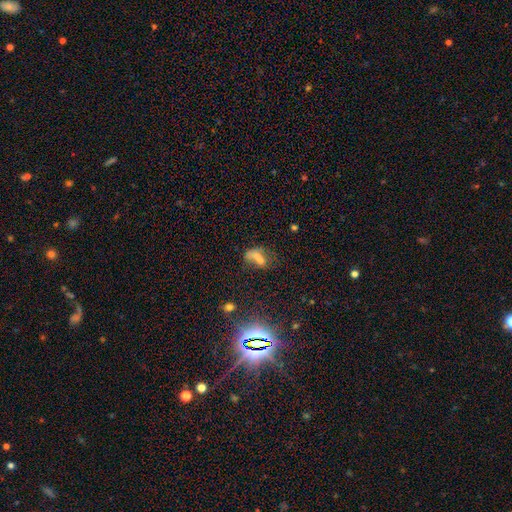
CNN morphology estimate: type=smooth (46%); merging=none (33%).